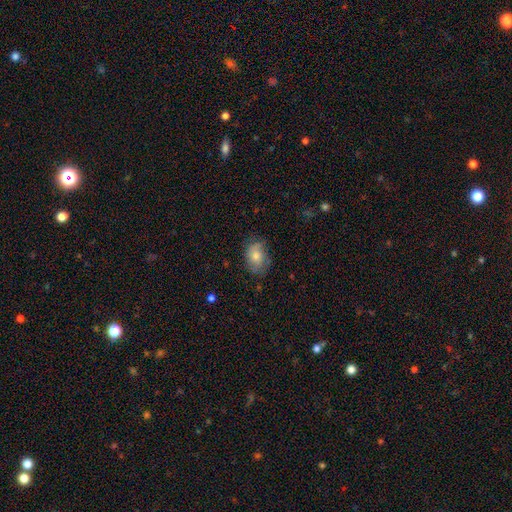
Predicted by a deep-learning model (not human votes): Smooth or featured? Predicted: smooth (p=0.56). How rounded? Predicted: in between (p=0.73). Merging? Predicted: none (p=0.69).